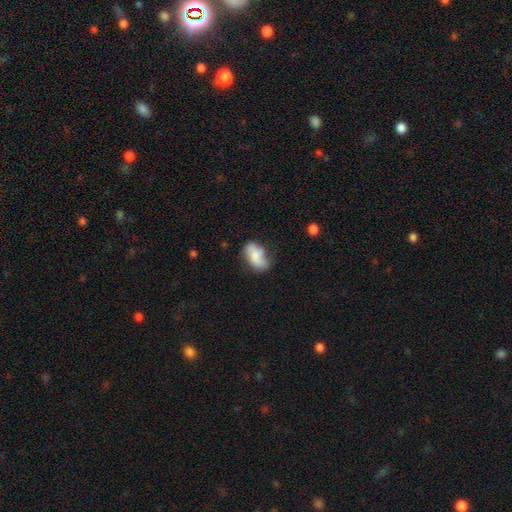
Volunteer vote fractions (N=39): Smooth or featured?
  - smooth: 62% *
  - featured or disk: 31%
  - star or artifact: 8%
How rounded?
  - in between: 92% *
  - round: 8%
  - cigar-shaped: 0%
Merging?
  - minor disturbance: 36% *
  - major disturbance: 28%
  - none: 25%
  - merger: 11%